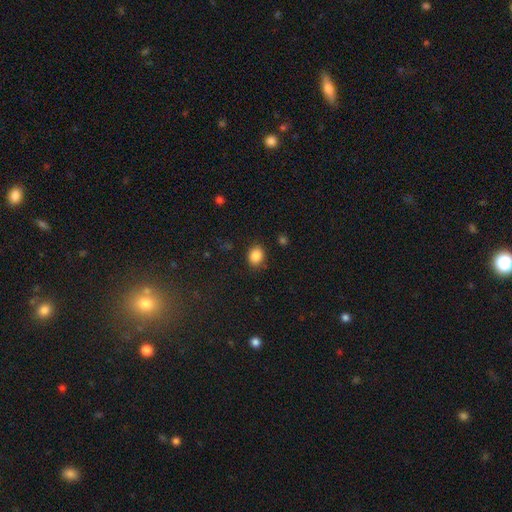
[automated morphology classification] smooth-or-featured: smooth: 87% | star or artifact: 9% | featured or disk: 4%
  how-rounded: round: 54% | in between: 45% | cigar-shaped: 1%
  merging: none: 83% | minor disturbance: 12% | major disturbance: 3% | merger: 2%